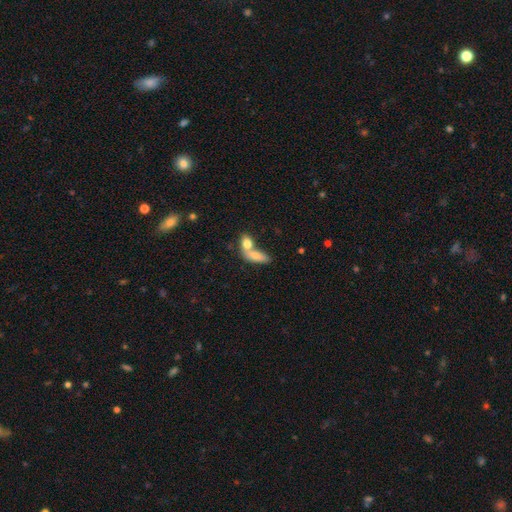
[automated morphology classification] This is likely a smooth galaxy (78%). How rounded: likely in between (73%). Merging: likely merger (62%).